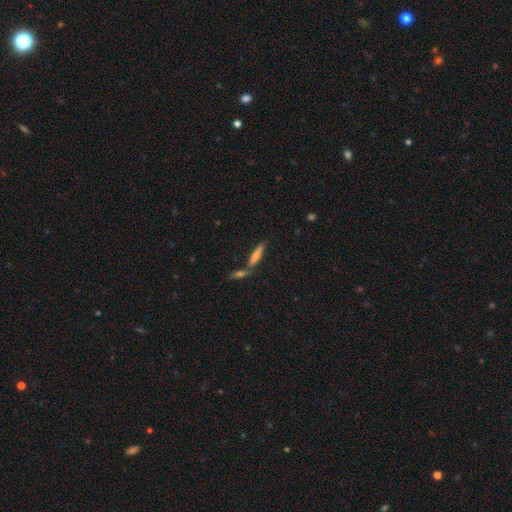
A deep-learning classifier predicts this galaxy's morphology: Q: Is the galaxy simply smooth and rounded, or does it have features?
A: smooth — 49%.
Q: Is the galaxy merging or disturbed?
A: none — 56%.